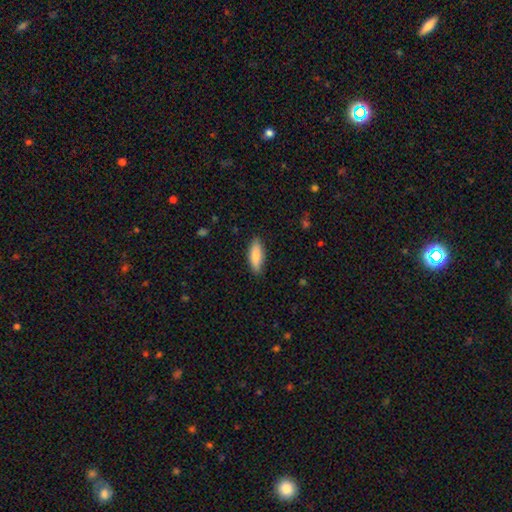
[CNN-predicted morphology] This is likely a smooth galaxy (79%). How rounded: likely in between (64%). Merging: clearly none (86%).